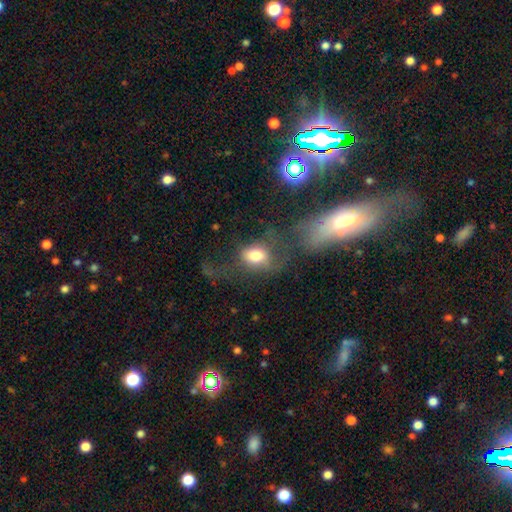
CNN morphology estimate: smooth 65%, featured or disk 24%, star or artifact 10%. Down the decision tree: how rounded — in between (70%); merging — major disturbance (41%).